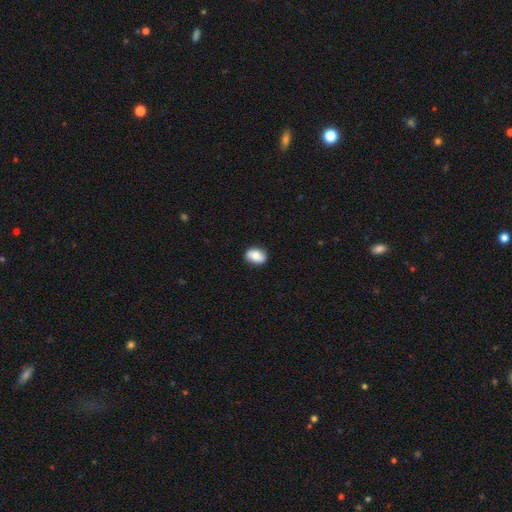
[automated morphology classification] type=smooth (71%); roundness=in between (69%); merging=none (82%).